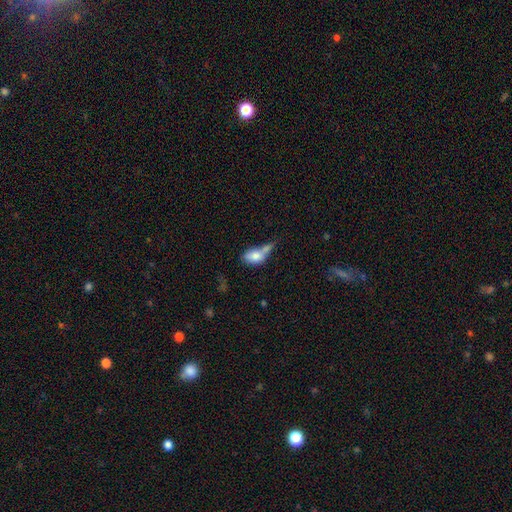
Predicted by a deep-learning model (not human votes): Q: Smooth or featured?
A: smooth (72%); runner-up: featured or disk (20%)
Q: How rounded?
A: in between (82%); runner-up: round (13%)
Q: Merging?
A: merger (41%); runner-up: none (22%)